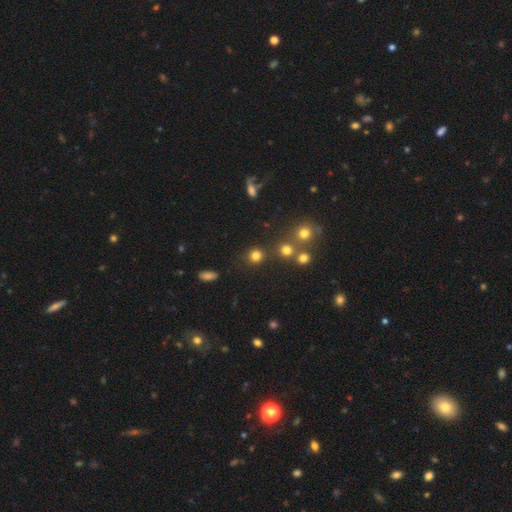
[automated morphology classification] The model was most divided on "smooth or featured": smooth: 79%, star or artifact: 15%, featured or disk: 6%. More confident: how rounded — round (89%); merging — none (80%).